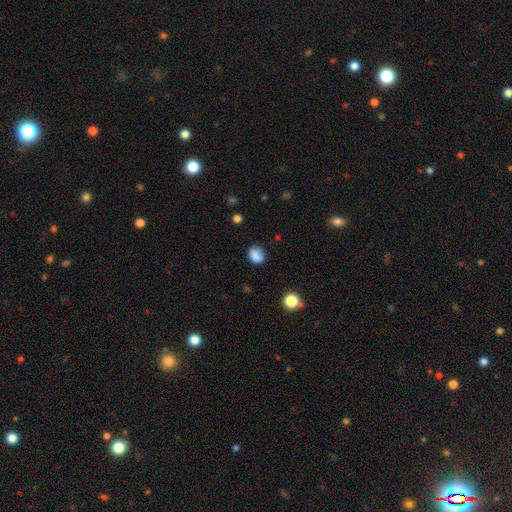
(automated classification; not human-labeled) This appears to be a smooth galaxy with no disk features (84%) that is in between round and cigar-shaped (57%). Merging: none (72%).